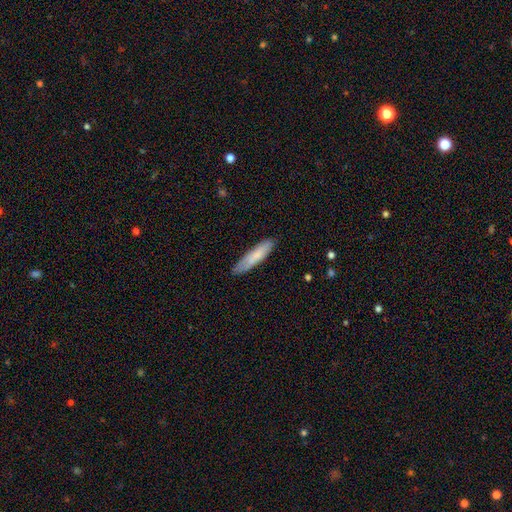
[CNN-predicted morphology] Overall: smooth (75%). How rounded: cigar-shaped (79%). Merging: none (82%).